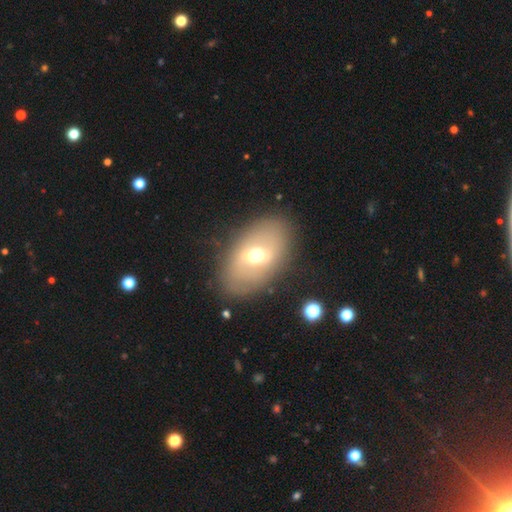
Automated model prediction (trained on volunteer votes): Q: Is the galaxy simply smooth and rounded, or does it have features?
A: smooth — 46%.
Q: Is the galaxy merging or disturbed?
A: none — 82%.